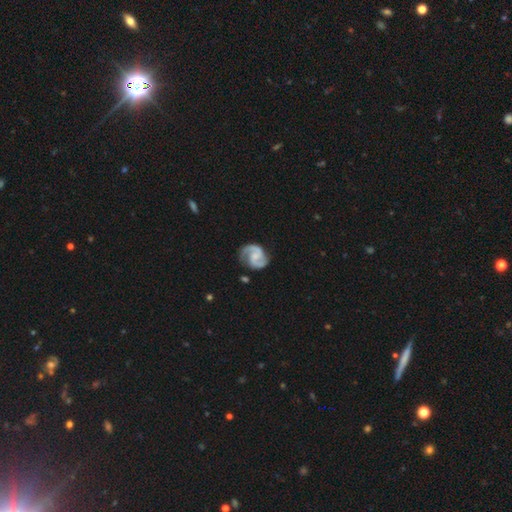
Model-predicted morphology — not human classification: Smooth or featured?
  - featured or disk: 90% *
  - smooth: 6%
  - star or artifact: 4%
Edge-on disk?
  - no: 98% *
  - yes: 2%
Bar?
  - no: 50% *
  - weak: 40%
  - strong: 9%
Spiral arms?
  - yes: 98% *
  - no: 2%
Spiral winding?
  - medium: 56% *
  - tight: 28%
  - loose: 15%
Spiral arm count?
  - 2: 92% *
  - 1: 2%
  - can't tell: 2%
  - 3: 1%
  - 4: 1%
  - more than 4: 1%
Bulge size?
  - small: 39% *
  - none: 32%
  - moderate: 25%
  - large: 3%
  - dominant: 1%
Merging?
  - none: 76% *
  - minor disturbance: 16%
  - major disturbance: 5%
  - merger: 2%